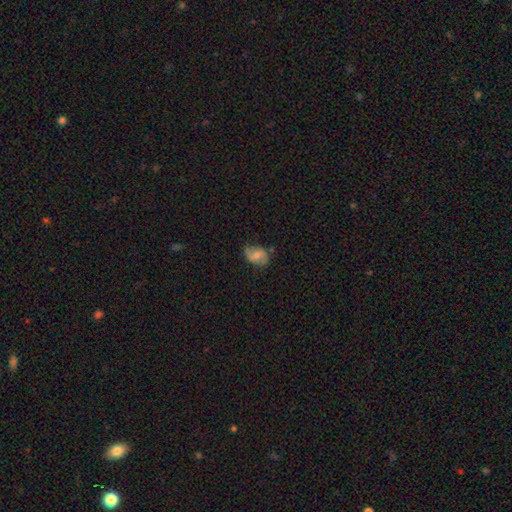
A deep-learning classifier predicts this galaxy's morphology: Smooth or featured? Predicted: featured or disk (p=0.46). Merging? Predicted: none (p=0.69).